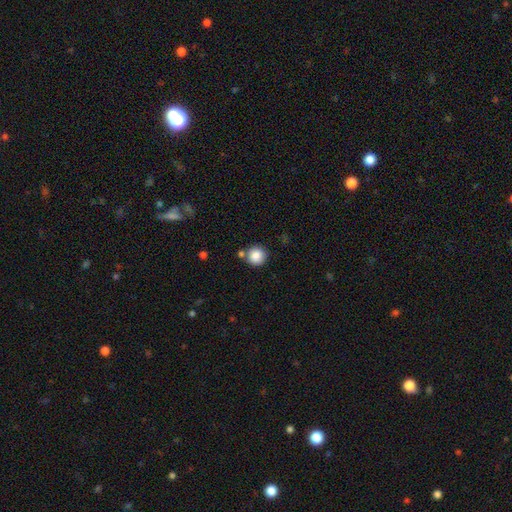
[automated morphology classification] Smooth or featured?
  - smooth: 86% *
  - star or artifact: 9%
  - featured or disk: 5%
How rounded?
  - round: 94% *
  - in between: 5%
  - cigar-shaped: 1%
Merging?
  - none: 78% *
  - merger: 10%
  - minor disturbance: 9%
  - major disturbance: 3%